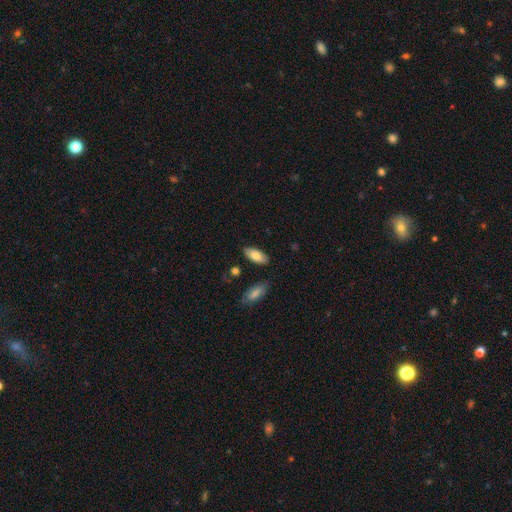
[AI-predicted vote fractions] Overall: smooth (81%). How rounded: in between (89%). Merging: none (83%).